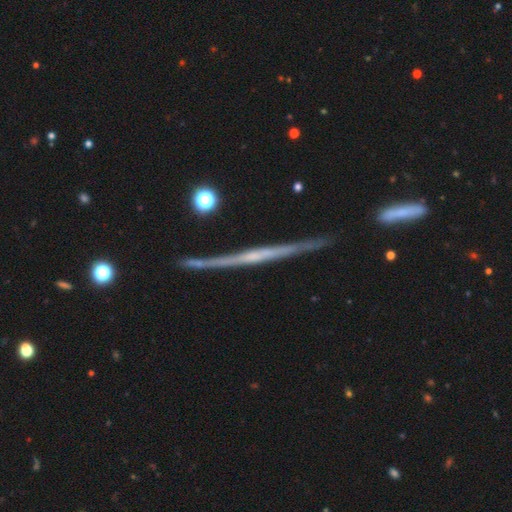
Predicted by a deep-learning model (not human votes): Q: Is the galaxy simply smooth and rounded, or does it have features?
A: featured or disk — 79%.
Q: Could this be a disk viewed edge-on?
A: yes — 98%.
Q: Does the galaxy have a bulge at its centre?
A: none — 65%.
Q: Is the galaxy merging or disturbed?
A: none — 88%.